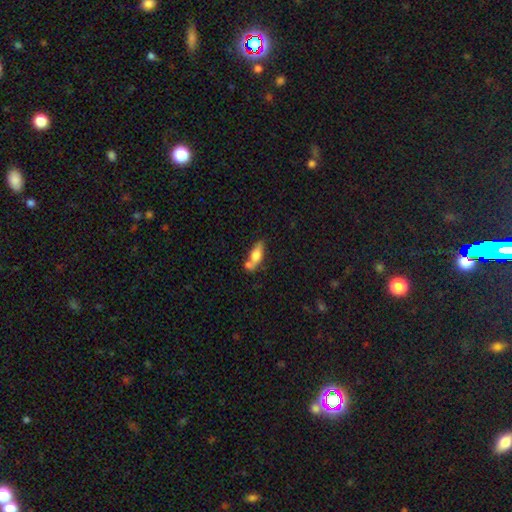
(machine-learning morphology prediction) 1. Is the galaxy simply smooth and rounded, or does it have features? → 64% smooth, 29% featured or disk, 7% star or artifact.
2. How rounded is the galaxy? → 65% in between, 31% cigar-shaped, 4% round.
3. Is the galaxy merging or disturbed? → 44% none, 33% merger, 17% minor disturbance, 6% major disturbance.